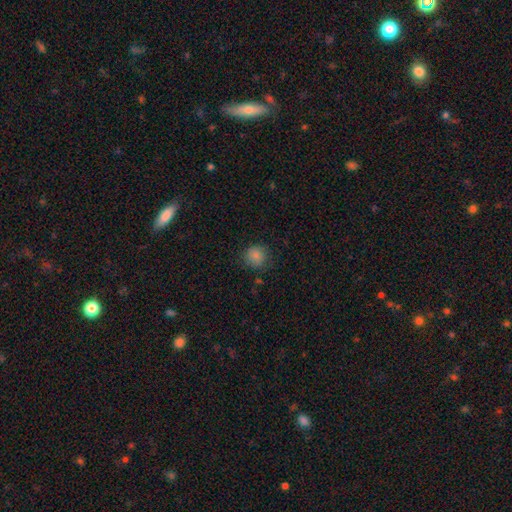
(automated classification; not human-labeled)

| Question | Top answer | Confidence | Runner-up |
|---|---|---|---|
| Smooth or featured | smooth | 84% | star or artifact (11%) |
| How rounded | round | 88% | in between (11%) |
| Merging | none | 80% | minor disturbance (14%) |